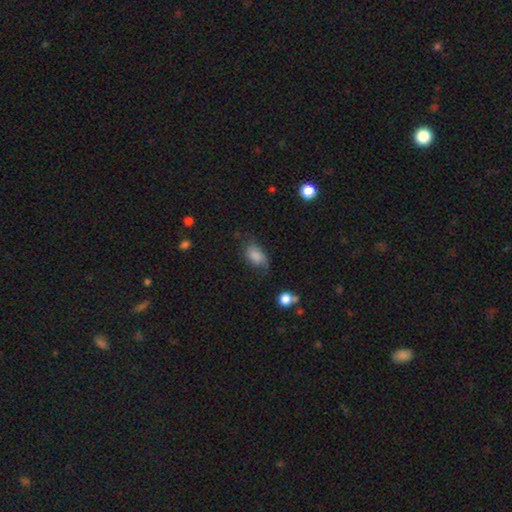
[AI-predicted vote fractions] Smooth or featured?
  - smooth: 76% *
  - featured or disk: 15%
  - star or artifact: 9%
How rounded?
  - in between: 88% *
  - round: 10%
  - cigar-shaped: 2%
Merging?
  - none: 47% *
  - minor disturbance: 33%
  - major disturbance: 17%
  - merger: 3%